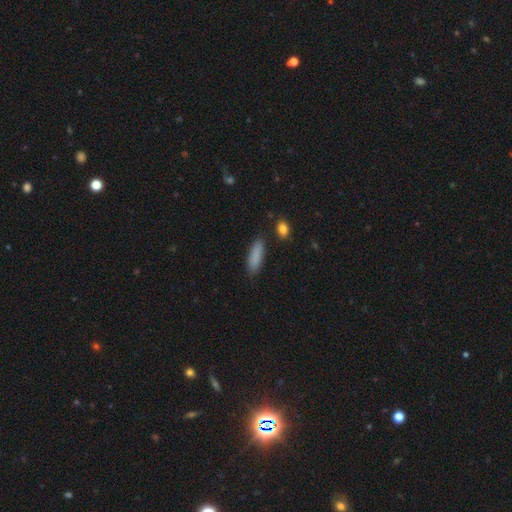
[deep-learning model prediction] smooth 88%, star or artifact 7%, featured or disk 5%. Down the decision tree: how rounded — cigar-shaped (54%); merging — none (85%).